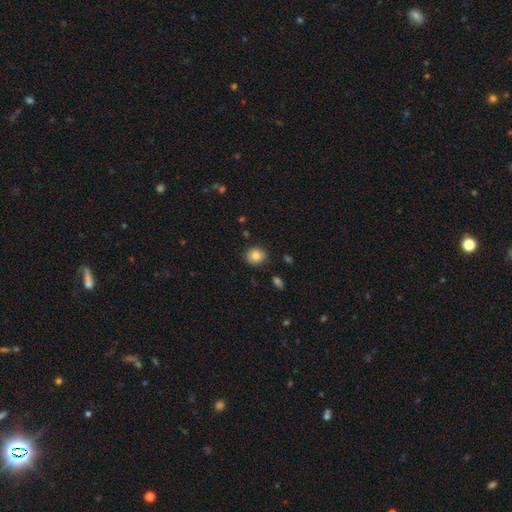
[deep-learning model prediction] Smooth or featured?
  - smooth: 84% *
  - star or artifact: 9%
  - featured or disk: 7%
How rounded?
  - round: 77% *
  - in between: 22%
  - cigar-shaped: 1%
Merging?
  - none: 86% *
  - minor disturbance: 10%
  - major disturbance: 2%
  - merger: 2%